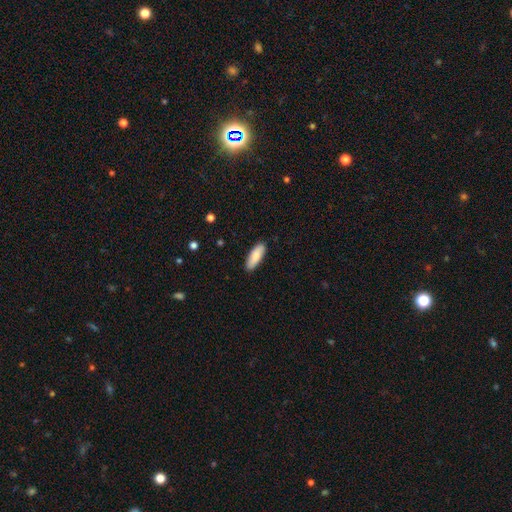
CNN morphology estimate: smooth_or_featured: smooth (p=0.86) [alt: featured or disk p=0.09]
how_rounded: in between (p=0.64) [alt: cigar-shaped p=0.35]
merging: none (p=0.89) [alt: minor disturbance p=0.08]